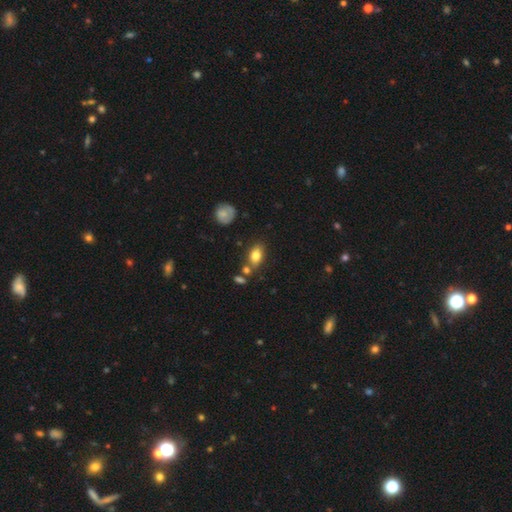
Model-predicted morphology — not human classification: This is likely a smooth galaxy (79%). How rounded: clearly in between (83%). Merging: likely none (71%).